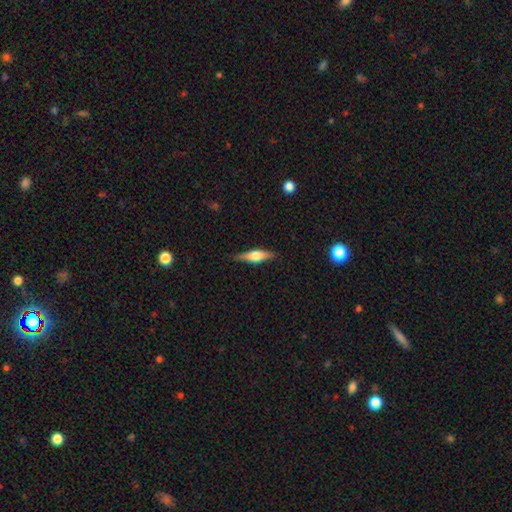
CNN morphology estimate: smooth-or-featured: featured or disk: 48% | smooth: 46% | star or artifact: 6%
  merging: none: 86% | minor disturbance: 11% | major disturbance: 2% | merger: 1%